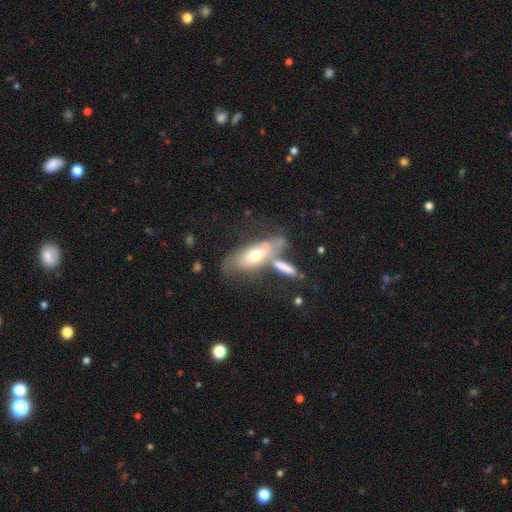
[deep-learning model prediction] Q: Smooth or featured?
A: smooth (53%); runner-up: featured or disk (40%)
Q: How rounded?
A: in between (71%); runner-up: cigar-shaped (25%)
Q: Merging?
A: none (38%); runner-up: merger (33%)